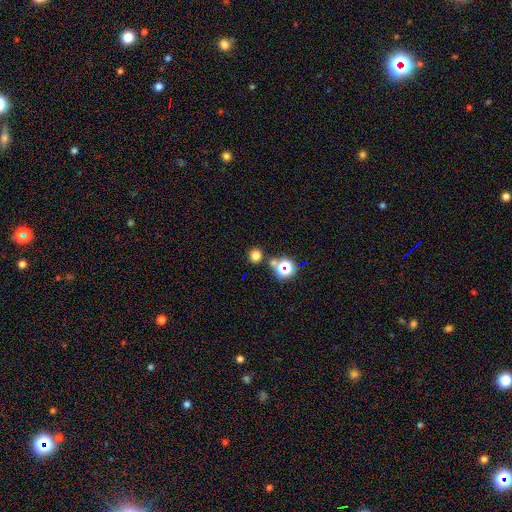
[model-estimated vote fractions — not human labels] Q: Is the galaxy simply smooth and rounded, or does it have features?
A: smooth — 74%.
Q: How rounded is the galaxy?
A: round — 91%.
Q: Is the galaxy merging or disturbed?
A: none — 79%.